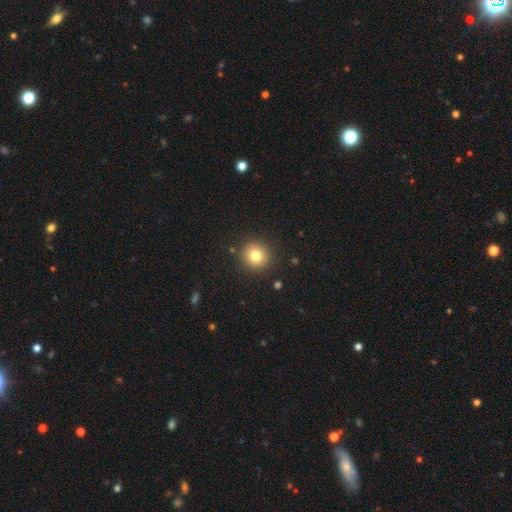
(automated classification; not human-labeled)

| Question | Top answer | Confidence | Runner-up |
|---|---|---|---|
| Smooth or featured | smooth | 80% | star or artifact (12%) |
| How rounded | round | 93% | in between (6%) |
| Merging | none | 90% | minor disturbance (7%) |